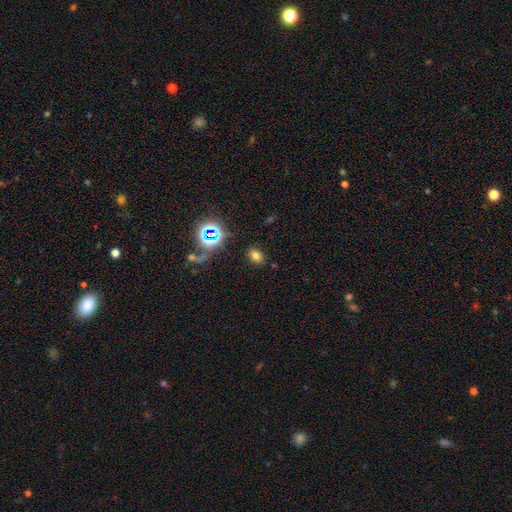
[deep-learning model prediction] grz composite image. It shows a smooth galaxy with no disk features (70%) that is in between round and cigar-shaped (73%). Merging: none (85%).